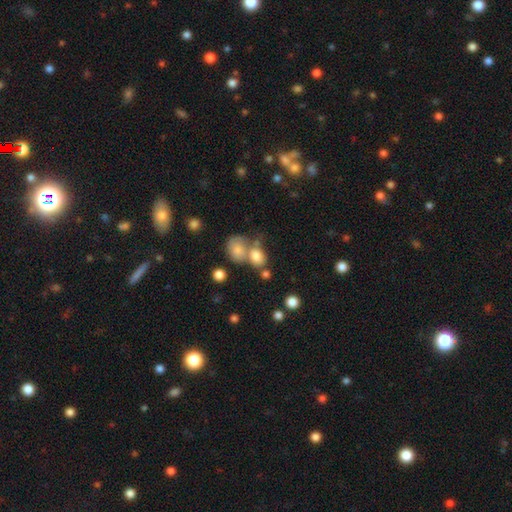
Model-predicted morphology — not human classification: Smooth or featured?
  - smooth: 80% *
  - star or artifact: 11%
  - featured or disk: 9%
How rounded?
  - in between: 54% *
  - round: 44%
  - cigar-shaped: 1%
Merging?
  - merger: 46% *
  - none: 38%
  - minor disturbance: 11%
  - major disturbance: 6%